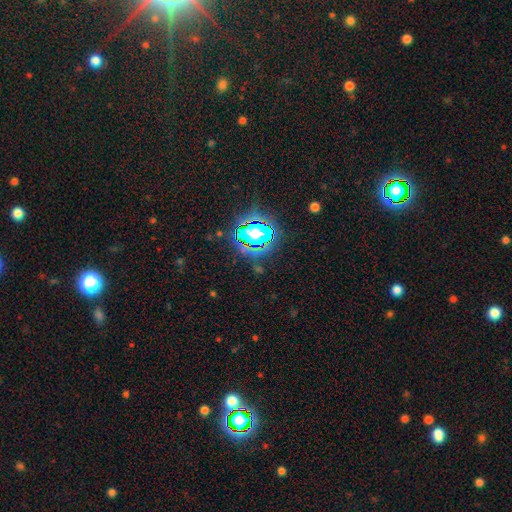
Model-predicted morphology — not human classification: A star or artifact, not a galaxy (83%).